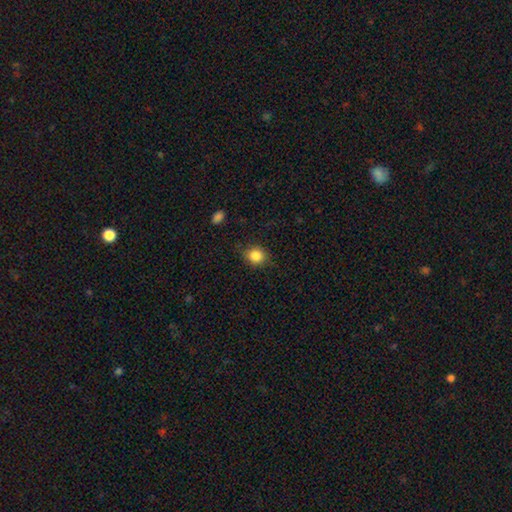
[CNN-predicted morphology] type=smooth (85%); roundness=round (76%); merging=none (82%).